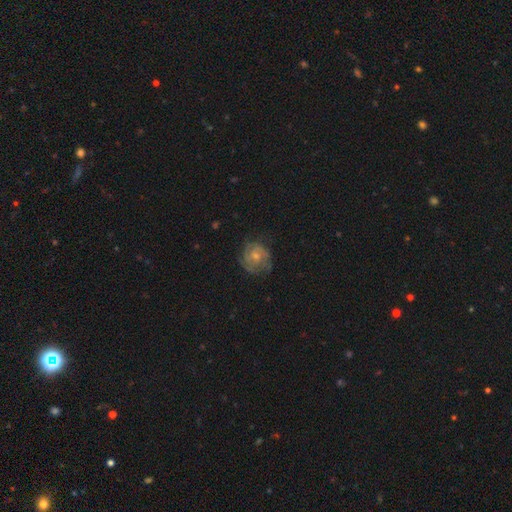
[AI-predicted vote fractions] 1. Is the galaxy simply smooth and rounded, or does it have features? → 66% featured or disk, 27% smooth, 7% star or artifact.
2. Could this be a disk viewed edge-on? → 98% no, 2% yes.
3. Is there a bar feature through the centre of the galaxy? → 71% no, 25% weak, 4% strong.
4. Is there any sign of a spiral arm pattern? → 83% yes, 17% no.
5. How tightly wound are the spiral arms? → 57% tight, 33% medium, 10% loose.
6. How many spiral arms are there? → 39% can't tell, 26% 2, 19% 3, 7% 4, 5% 1, 4% more than 4.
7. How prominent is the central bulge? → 56% small, 37% moderate, 4% none, 2% large, 1% dominant.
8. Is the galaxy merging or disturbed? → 64% none, 23% minor disturbance, 11% major disturbance, 1% merger.